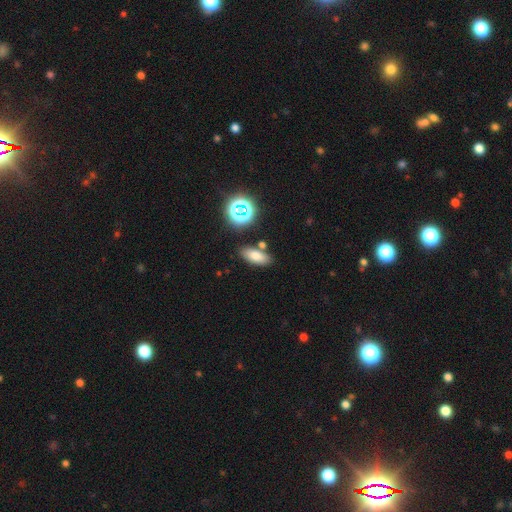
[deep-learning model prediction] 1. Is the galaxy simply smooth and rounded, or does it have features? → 75% smooth, 15% star or artifact, 10% featured or disk.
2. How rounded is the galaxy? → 80% in between, 12% cigar-shaped, 8% round.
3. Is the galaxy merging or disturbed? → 78% none, 11% minor disturbance, 8% merger, 3% major disturbance.